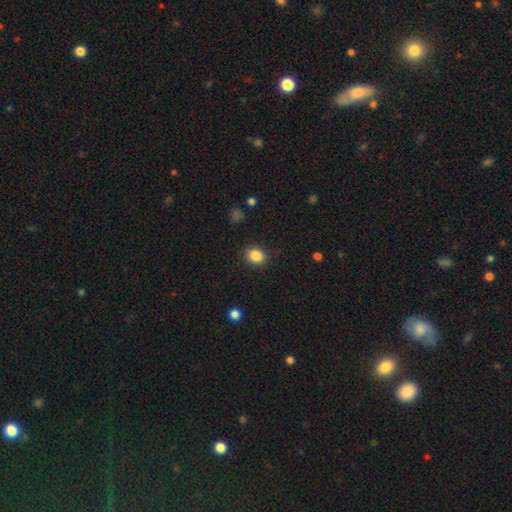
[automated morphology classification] Smooth or featured? Predicted: smooth (p=0.86). How rounded? Predicted: round (p=0.72). Merging? Predicted: none (p=0.89).